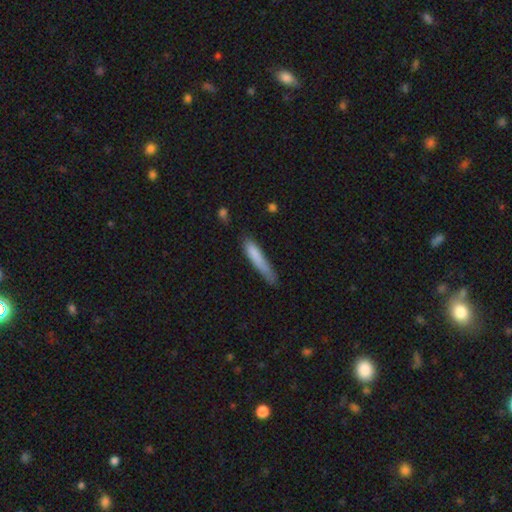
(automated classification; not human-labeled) Overall: smooth (78%). How rounded: cigar-shaped (90%). Merging: none (56%; minor disturbance 31%).